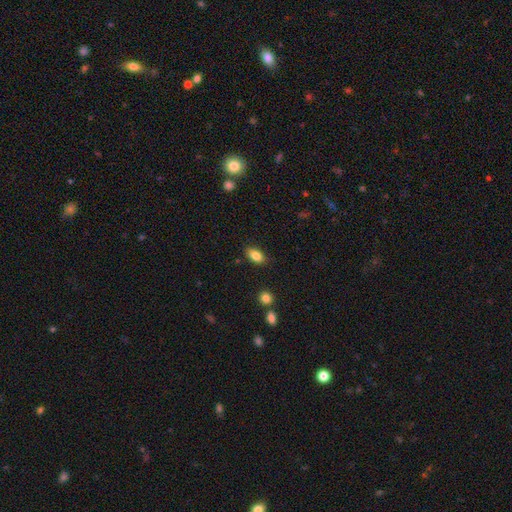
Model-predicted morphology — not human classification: This is clearly a smooth galaxy (85%). How rounded: clearly in between (89%). Merging: clearly none (84%).